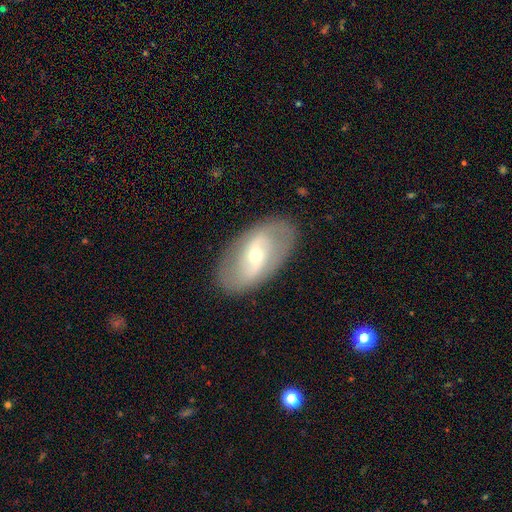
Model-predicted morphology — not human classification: This appears to be a featured or disk galaxy (70%) with a weak bar (41%), spiral arms (65%) and a small central bulge (54%). Merging: none (85%).